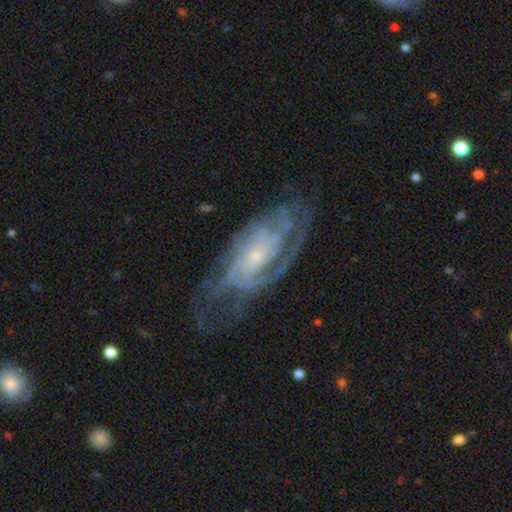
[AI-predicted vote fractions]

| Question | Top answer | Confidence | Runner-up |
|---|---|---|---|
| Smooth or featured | featured or disk | 83% | smooth (10%) |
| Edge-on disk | no | 93% | yes (7%) |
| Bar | no | 68% | weak (26%) |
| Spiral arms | yes | 92% | no (8%) |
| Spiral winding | tight | 55% | medium (34%) |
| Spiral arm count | can't tell | 42% | 2 (23%) |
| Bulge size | small | 71% | moderate (21%) |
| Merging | none | 59% | minor disturbance (22%) |